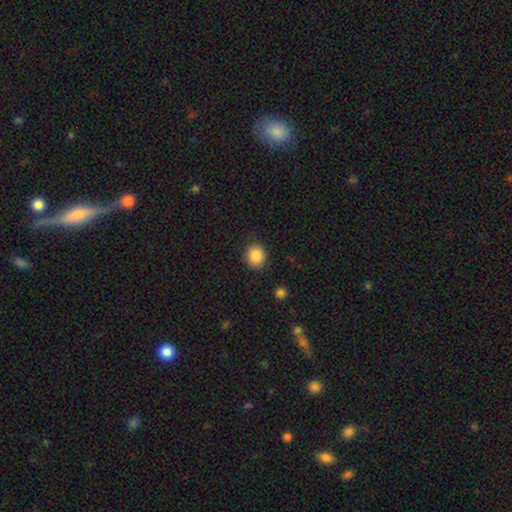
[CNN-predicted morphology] type=smooth (88%); roundness=round (81%); merging=none (87%).